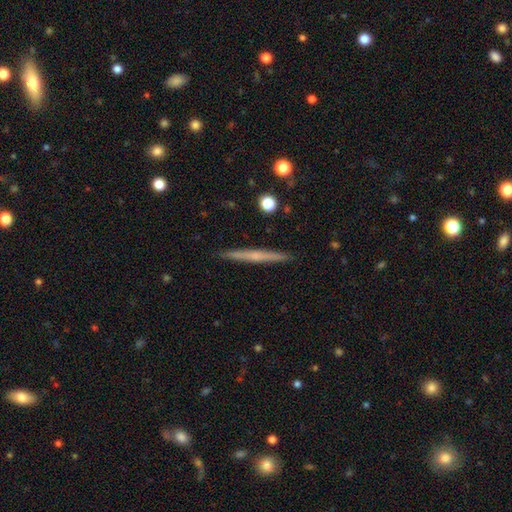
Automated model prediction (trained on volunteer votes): Morphology: type=featured or disk (57%); edge-on=yes (97%); edge-on bulge=none (61%); merging=none (91%).